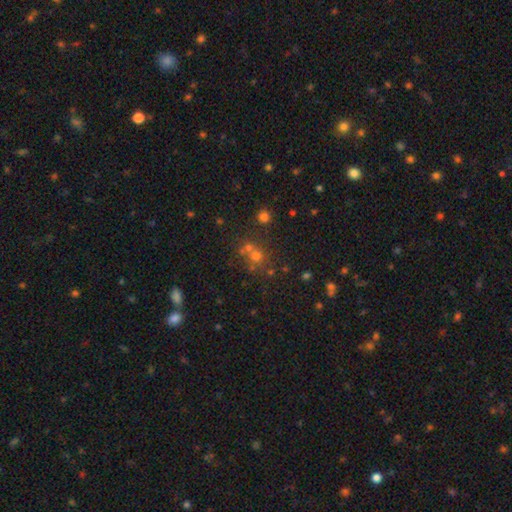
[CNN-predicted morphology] Overall: smooth (52%; star or artifact 34%). How rounded: round (84%). Merging: none (56%; merger 31%).